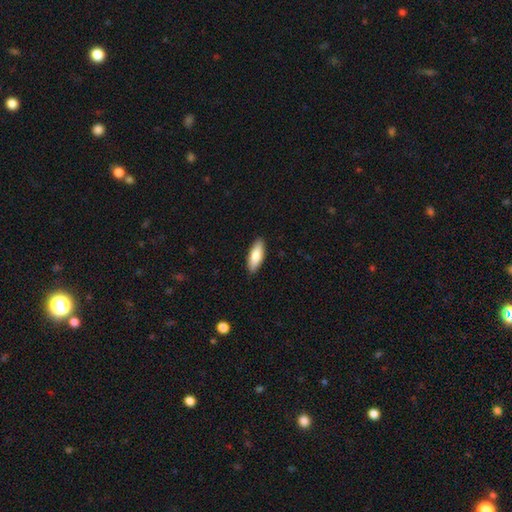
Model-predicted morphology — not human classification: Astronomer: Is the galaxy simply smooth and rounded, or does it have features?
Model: smooth — 79%.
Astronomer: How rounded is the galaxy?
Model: in between — 69%.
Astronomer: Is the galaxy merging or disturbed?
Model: none — 89%.